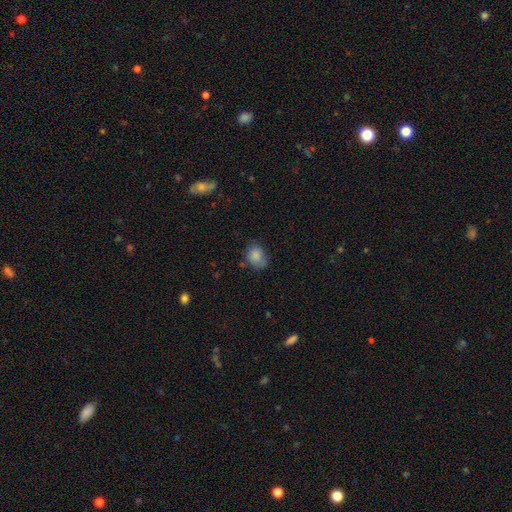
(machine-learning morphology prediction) type=smooth (83%); roundness=in between (54%); merging=none (58%).